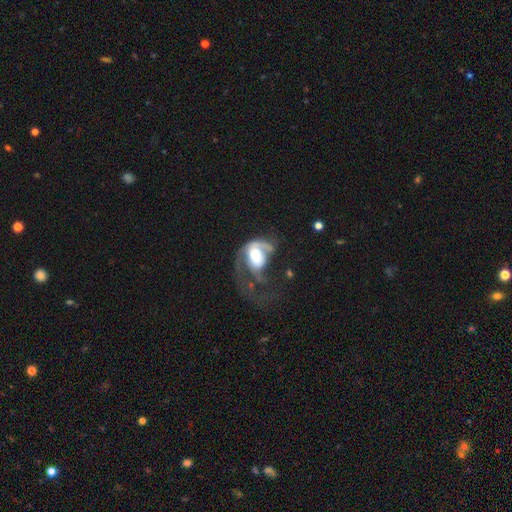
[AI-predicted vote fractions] Smooth or featured? Predicted: featured or disk (p=0.62). Edge-on disk? Predicted: no (p=0.97). Bar? Predicted: no (p=0.67). Spiral arms? Predicted: yes (p=0.65). Bulge size? Predicted: large (p=0.51). Merging? Predicted: major disturbance (p=0.65).